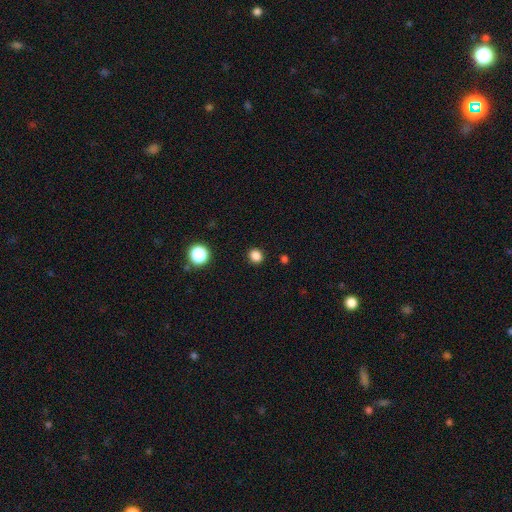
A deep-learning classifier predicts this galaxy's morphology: smooth_or_featured: smooth (p=0.84) [alt: star or artifact p=0.13]
how_rounded: round (p=0.81) [alt: in between p=0.18]
merging: none (p=0.91) [alt: minor disturbance p=0.06]